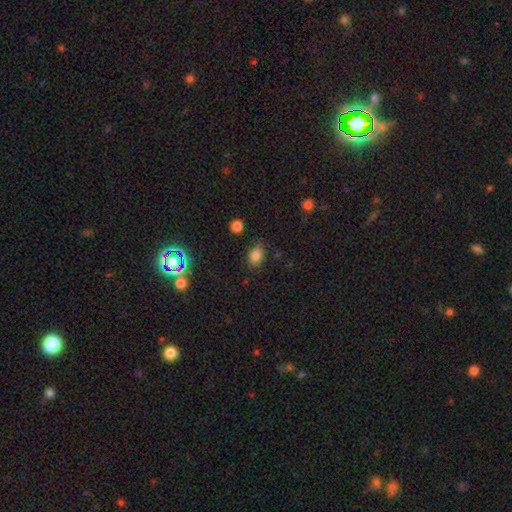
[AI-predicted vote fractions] This is likely a smooth galaxy (80%). How rounded: likely in between (76%). Merging: likely none (77%).